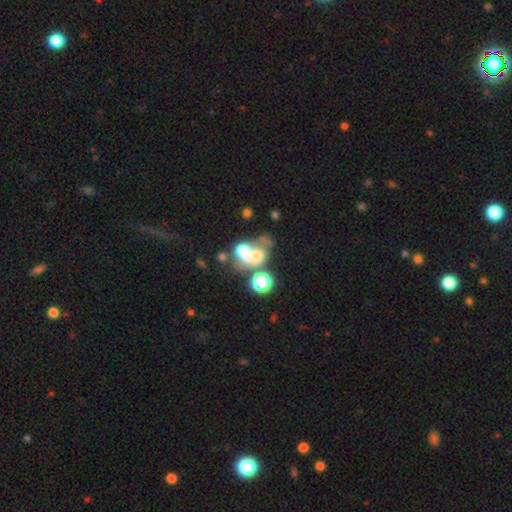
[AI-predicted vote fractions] A smooth galaxy with no disk features (49%). Merging: merger (62%).